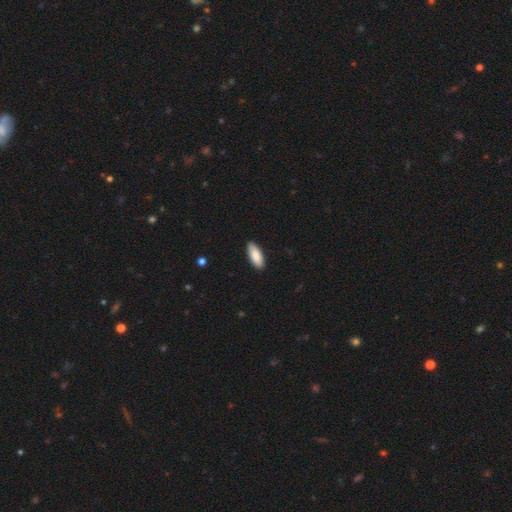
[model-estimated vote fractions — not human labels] Q: Smooth or featured?
A: smooth (88%); runner-up: featured or disk (7%)
Q: How rounded?
A: in between (78%); runner-up: cigar-shaped (20%)
Q: Merging?
A: none (89%); runner-up: minor disturbance (8%)